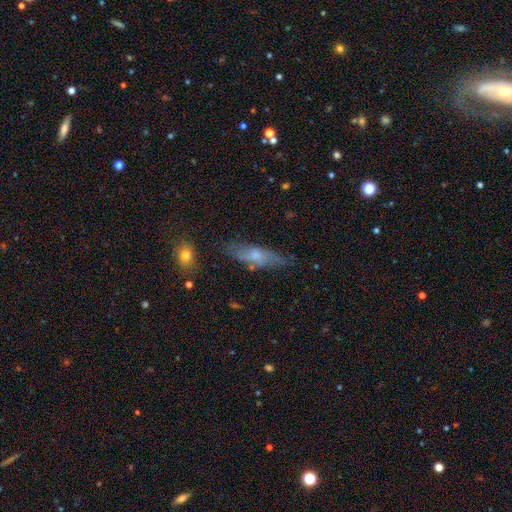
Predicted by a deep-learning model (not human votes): smooth_or_featured: smooth (p=0.55) [alt: featured or disk p=0.37]
how_rounded: cigar-shaped (p=0.55) [alt: in between p=0.42]
merging: none (p=0.68) [alt: minor disturbance p=0.22]